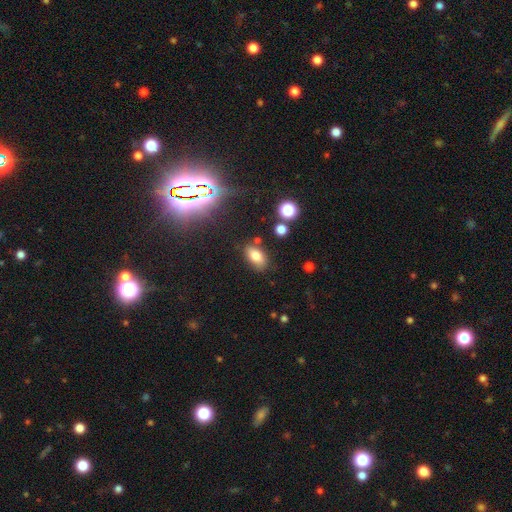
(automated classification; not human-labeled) smooth 77%, star or artifact 12%, featured or disk 10%. Down the decision tree: how rounded — in between (89%); merging — none (78%).